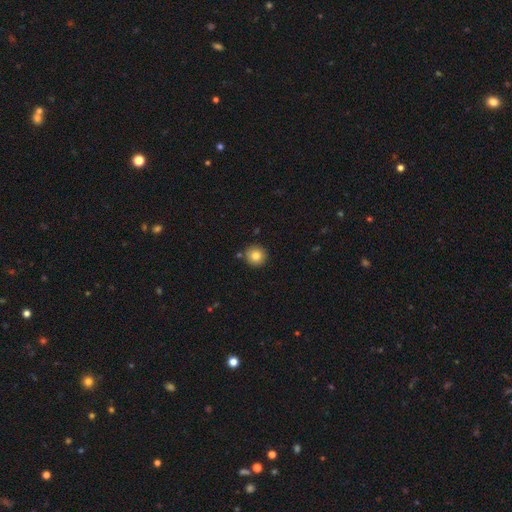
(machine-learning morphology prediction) smooth-or-featured: smooth: 83% | star or artifact: 10% | featured or disk: 7%
  how-rounded: round: 92% | in between: 7% | cigar-shaped: 1%
  merging: none: 87% | minor disturbance: 7% | merger: 4% | major disturbance: 2%